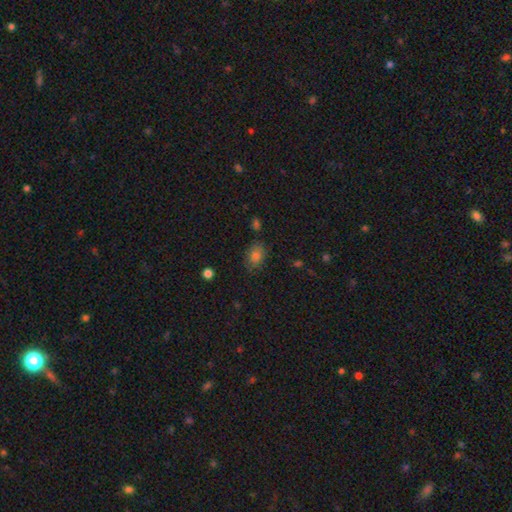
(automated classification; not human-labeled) Morphology: type=smooth (80%); roundness=in between (72%); merging=none (75%).